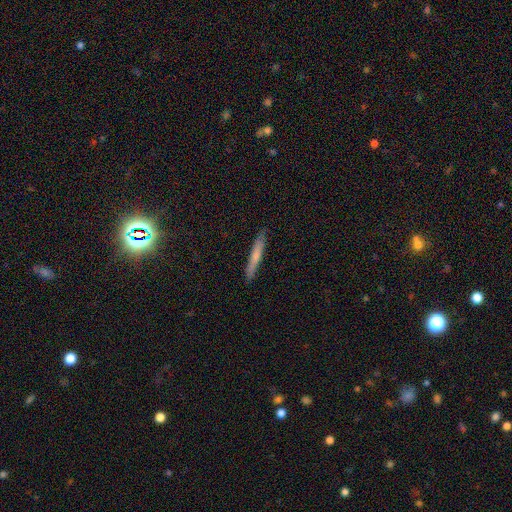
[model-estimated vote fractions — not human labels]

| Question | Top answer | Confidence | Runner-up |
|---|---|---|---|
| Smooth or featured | smooth | 62% | featured or disk (32%) |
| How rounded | cigar-shaped | 95% | in between (3%) |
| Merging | none | 89% | minor disturbance (8%) |